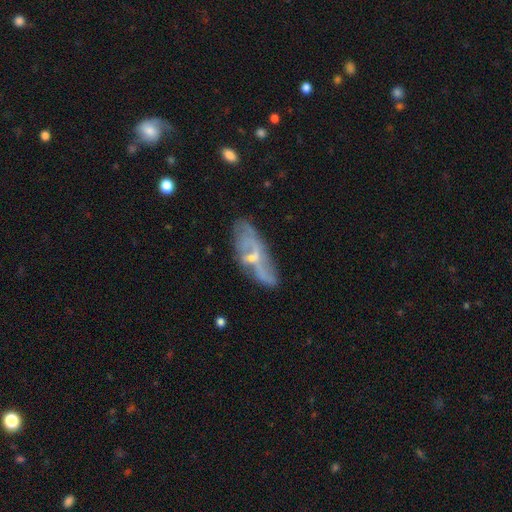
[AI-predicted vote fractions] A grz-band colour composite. It shows a featured or disk galaxy (63%). Merging: none (59%).